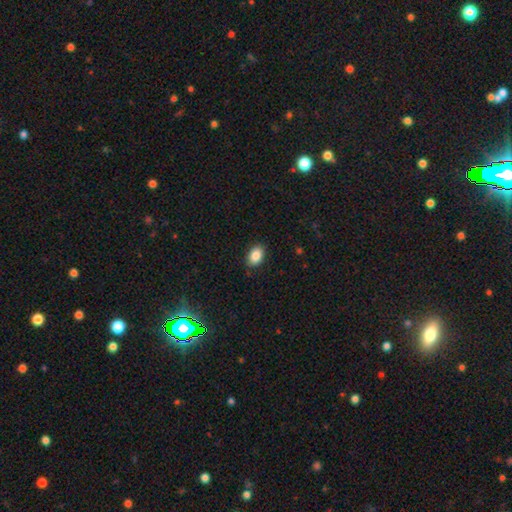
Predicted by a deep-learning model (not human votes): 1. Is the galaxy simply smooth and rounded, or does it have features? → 88% smooth, 8% star or artifact, 4% featured or disk.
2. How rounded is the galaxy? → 86% in between, 13% round, 1% cigar-shaped.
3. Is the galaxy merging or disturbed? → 85% none, 11% minor disturbance, 2% major disturbance, 1% merger.